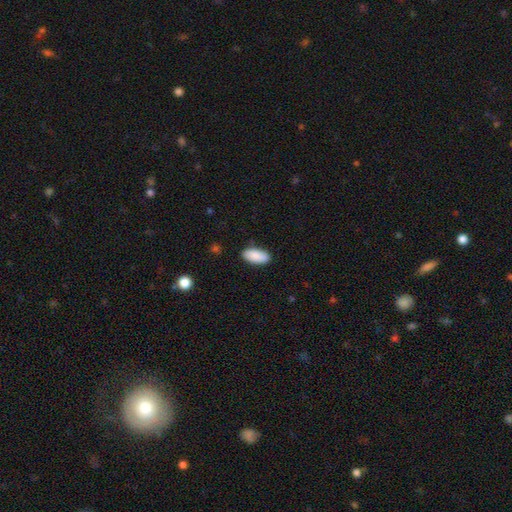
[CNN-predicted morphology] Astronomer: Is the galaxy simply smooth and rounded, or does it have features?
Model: smooth — 89%.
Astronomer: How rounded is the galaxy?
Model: in between — 91%.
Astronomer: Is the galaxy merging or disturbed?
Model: none — 87%.